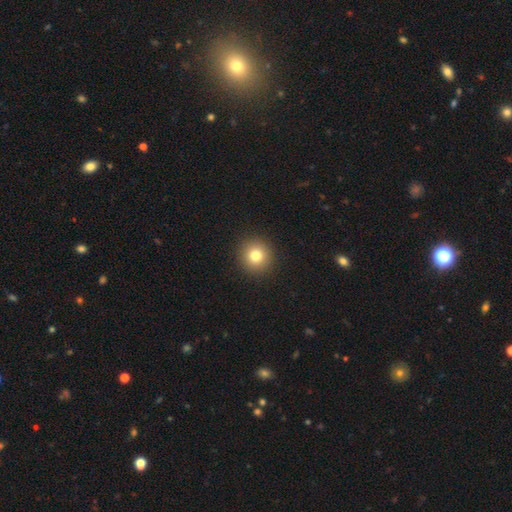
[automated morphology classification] smooth_or_featured: smooth (p=0.80) [alt: star or artifact p=0.12]
how_rounded: round (p=0.94) [alt: in between p=0.05]
merging: none (p=0.93) [alt: minor disturbance p=0.05]